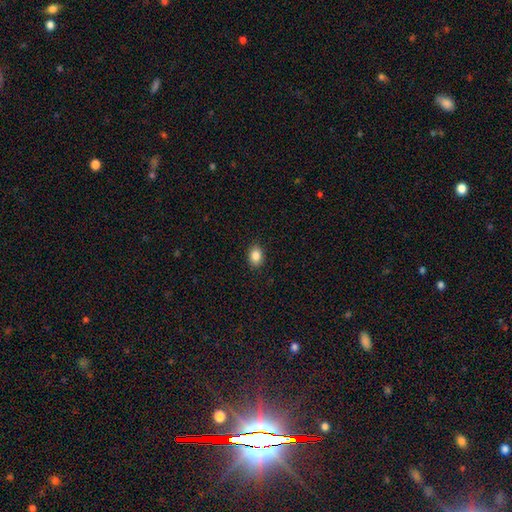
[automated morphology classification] smooth-or-featured: smooth: 86% | star or artifact: 9% | featured or disk: 5%
  how-rounded: in between: 68% | round: 31% | cigar-shaped: 1%
  merging: none: 89% | minor disturbance: 8% | major disturbance: 2% | merger: 1%